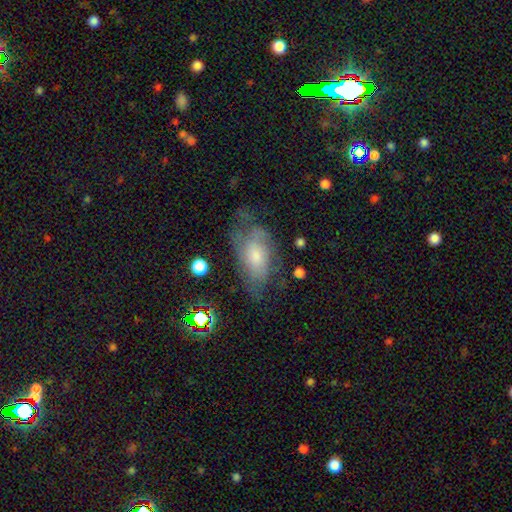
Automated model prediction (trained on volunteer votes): A featured or disk galaxy (52%). Merging: none (52%).